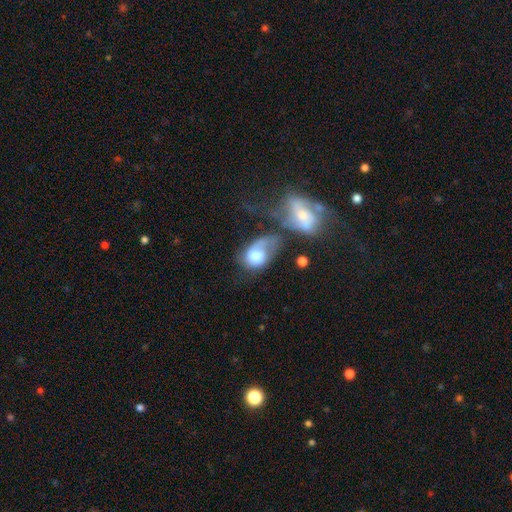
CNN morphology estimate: Smooth or featured? smooth (57%)
How rounded? in between (78%)
Merging? major disturbance (36%)